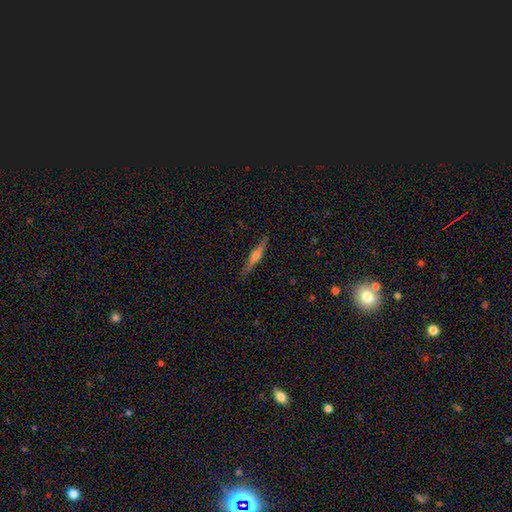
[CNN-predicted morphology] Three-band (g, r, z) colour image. It shows a featured or disk galaxy (68%) viewed edge-on (97%) with a rounded central bulge (89%). Merging: none (89%).